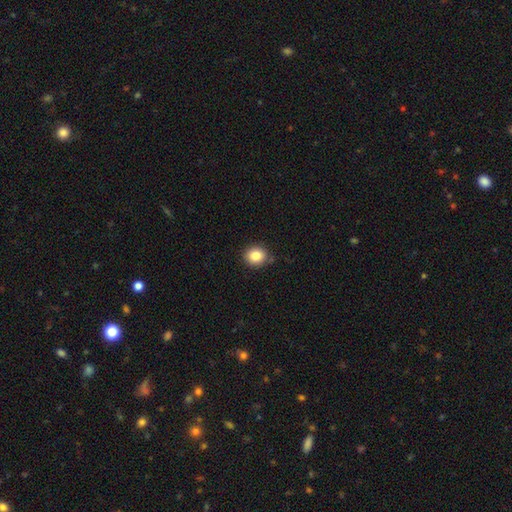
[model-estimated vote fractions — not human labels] smooth 85%, star or artifact 10%, featured or disk 6%. Down the decision tree: how rounded — round (80%); merging — none (84%).